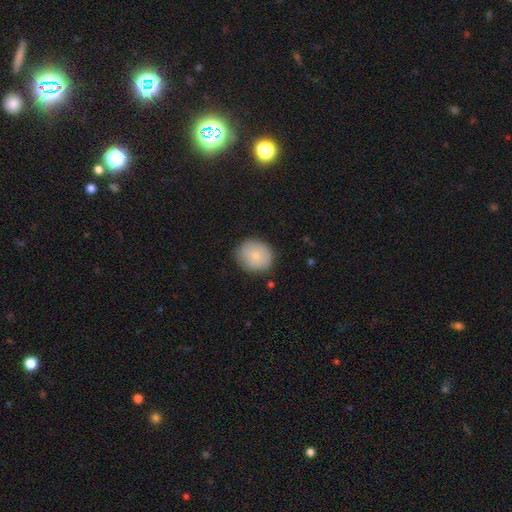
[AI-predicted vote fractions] smooth 77%, featured or disk 16%, star or artifact 7%. Down the decision tree: how rounded — round (77%); merging — none (80%).